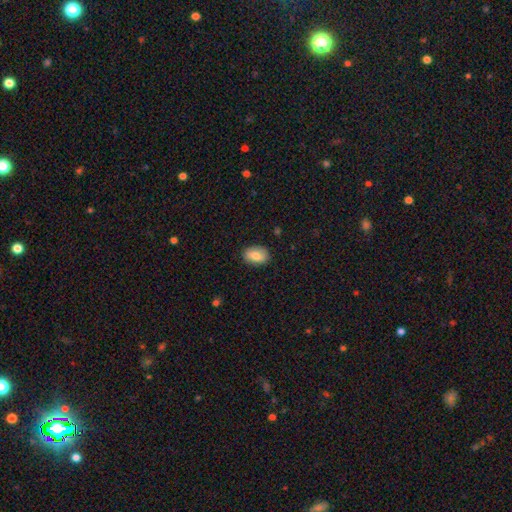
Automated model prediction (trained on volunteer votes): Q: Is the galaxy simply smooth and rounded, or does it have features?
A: smooth — 81%.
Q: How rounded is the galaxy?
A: in between — 83%.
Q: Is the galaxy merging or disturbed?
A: none — 85%.